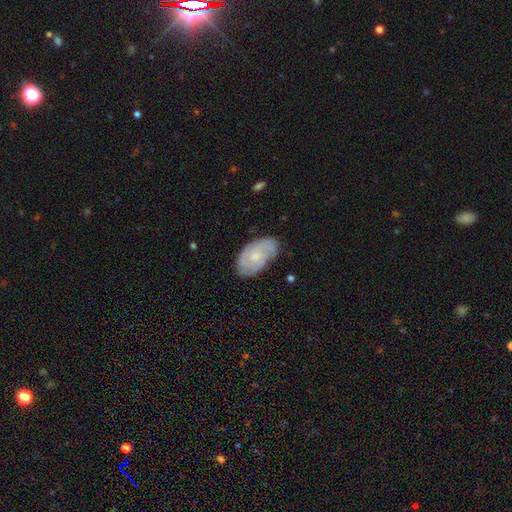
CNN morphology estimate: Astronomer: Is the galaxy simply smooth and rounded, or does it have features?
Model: featured or disk — 57% (runner-up: smooth, 36%).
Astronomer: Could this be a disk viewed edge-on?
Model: no — 95%.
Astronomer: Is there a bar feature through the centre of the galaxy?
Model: no — 78%.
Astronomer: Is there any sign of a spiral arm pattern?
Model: yes — 85%.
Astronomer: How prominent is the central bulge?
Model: small — 59%.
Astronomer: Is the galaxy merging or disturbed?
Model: none — 72%.